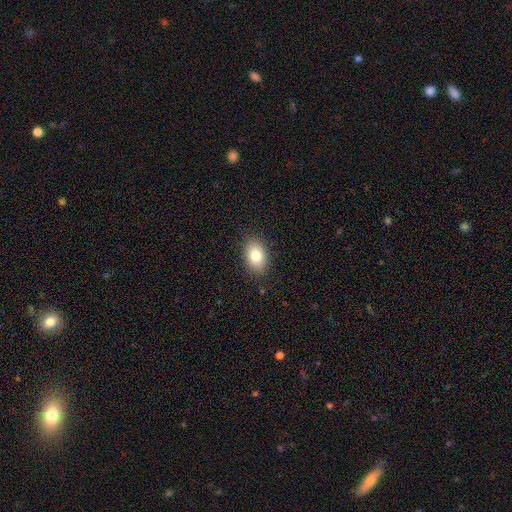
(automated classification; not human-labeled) smooth_or_featured: smooth (p=0.82) [alt: featured or disk p=0.09]
how_rounded: in between (p=0.84) [alt: round p=0.15]
merging: none (p=0.86) [alt: minor disturbance p=0.11]